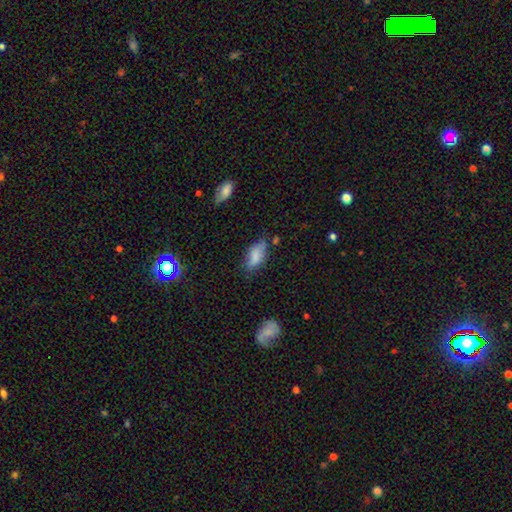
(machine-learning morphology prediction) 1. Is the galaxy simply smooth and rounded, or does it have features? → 77% smooth, 14% featured or disk, 9% star or artifact.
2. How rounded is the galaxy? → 85% in between, 11% cigar-shaped, 3% round.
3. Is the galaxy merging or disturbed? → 52% none, 32% minor disturbance, 10% major disturbance, 5% merger.